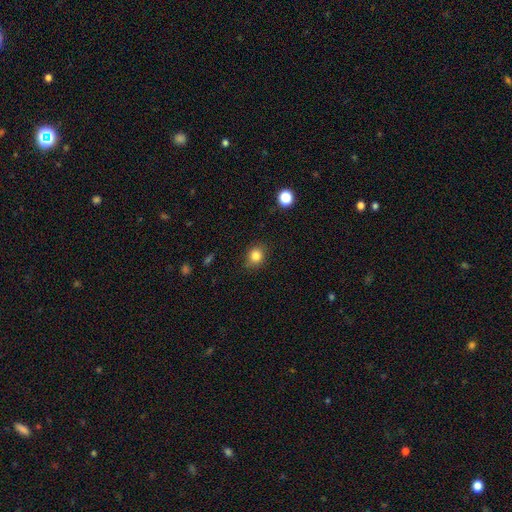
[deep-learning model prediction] smooth-or-featured: smooth: 83% | star or artifact: 11% | featured or disk: 5%
  how-rounded: round: 66% | in between: 33% | cigar-shaped: 1%
  merging: none: 84% | minor disturbance: 12% | major disturbance: 3% | merger: 1%